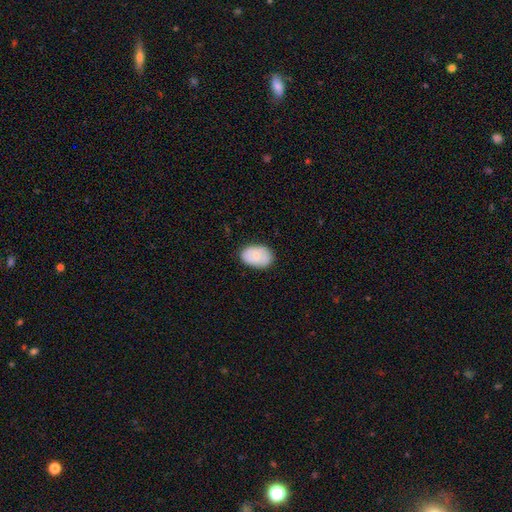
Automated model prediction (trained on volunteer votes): The model was most divided on "smooth or featured": smooth: 70%, featured or disk: 24%, star or artifact: 7%. More confident: how rounded — in between (86%); merging — none (80%).